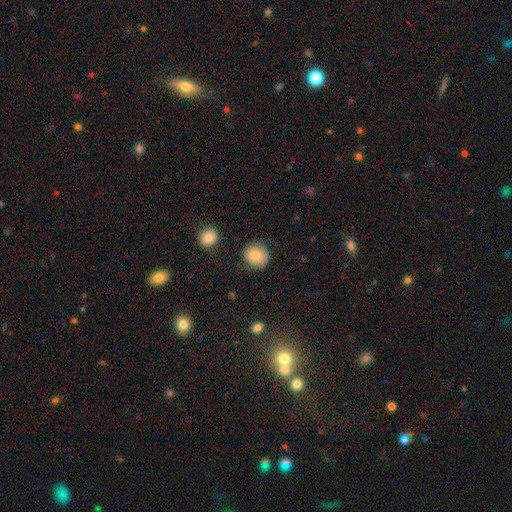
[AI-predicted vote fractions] A smooth galaxy with no disk features (85%) that is round (83%). Merging: none (83%).